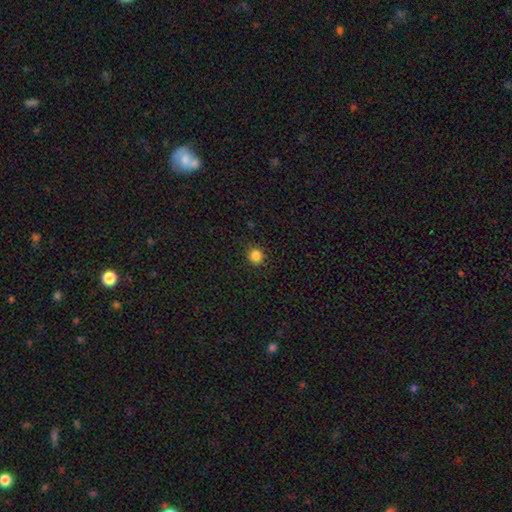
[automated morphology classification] This appears to be a smooth galaxy with no disk features (85%) that is round (90%). Merging: none (90%).